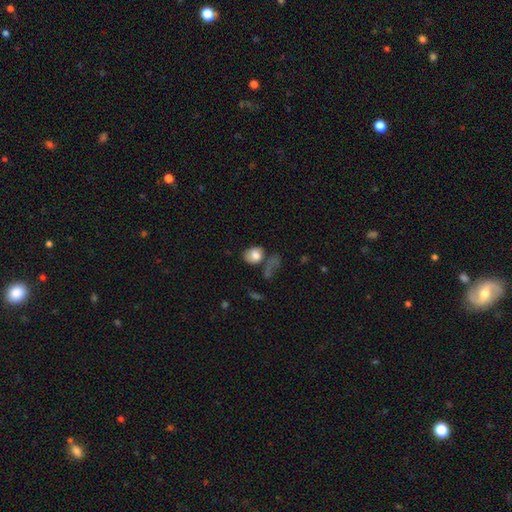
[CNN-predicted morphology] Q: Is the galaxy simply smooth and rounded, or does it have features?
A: smooth — 76%.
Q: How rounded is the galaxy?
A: in between — 61%.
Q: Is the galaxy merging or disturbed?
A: none — 34%.